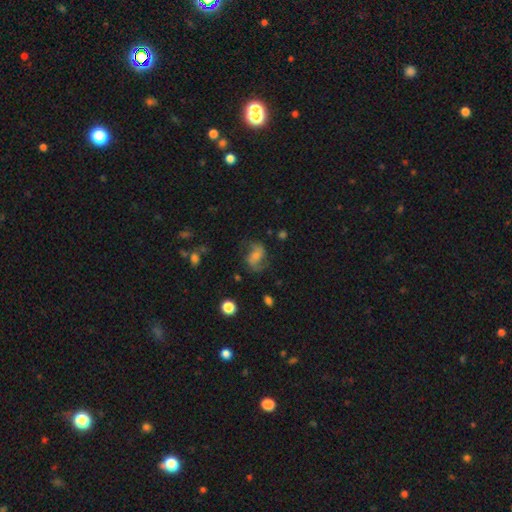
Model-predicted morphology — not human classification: Smooth or featured? featured or disk (59%)
Edge-on disk? no (97%)
Bar? no (44%)
Spiral arms? yes (89%)
Spiral winding? loose (53%)
Spiral arm count? 2 (88%)
Bulge size? small (38%)
Merging? none (62%)